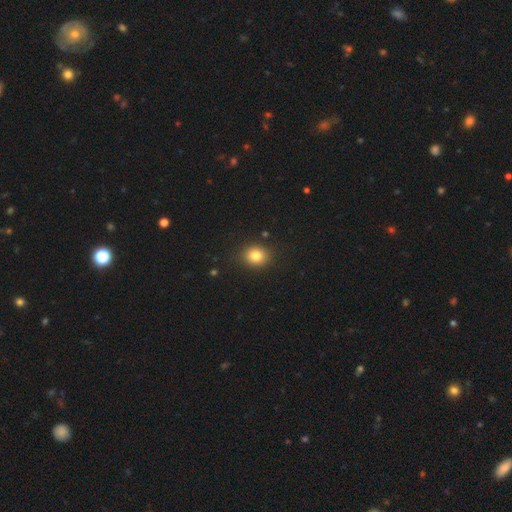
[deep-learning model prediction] A smooth galaxy with no disk features (82%) that is round (70%).

Vote fractions:
- Smooth or featured? smooth: 82% / star or artifact: 11% / featured or disk: 7%
- How rounded? round: 70% / in between: 30% / cigar-shaped: 1%
- Merging? none: 88% / minor disturbance: 8% / major disturbance: 2% / merger: 1%